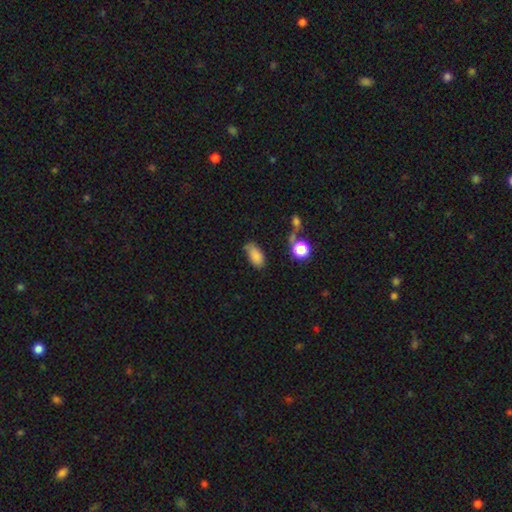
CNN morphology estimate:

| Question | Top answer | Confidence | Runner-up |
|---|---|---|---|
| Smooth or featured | smooth | 82% | star or artifact (10%) |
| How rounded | in between | 92% | round (5%) |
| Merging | none | 57% | minor disturbance (28%) |